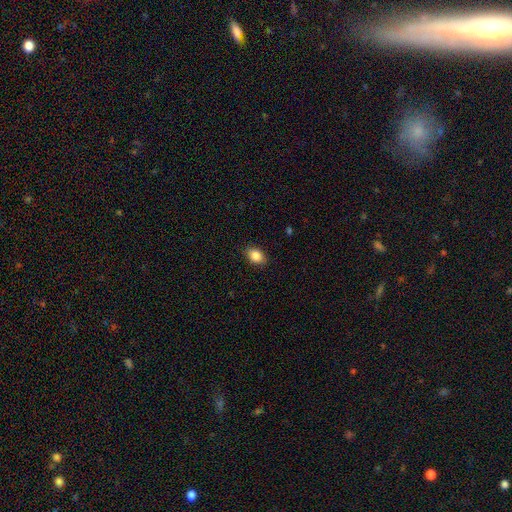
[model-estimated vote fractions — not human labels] Smooth or featured?
  - smooth: 86% *
  - star or artifact: 8%
  - featured or disk: 5%
How rounded?
  - in between: 78% *
  - round: 21%
  - cigar-shaped: 1%
Merging?
  - none: 87% *
  - minor disturbance: 10%
  - major disturbance: 2%
  - merger: 1%